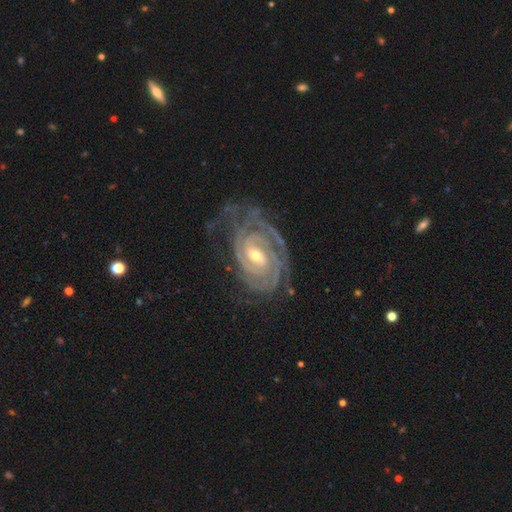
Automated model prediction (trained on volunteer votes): Smooth or featured?
  - featured or disk: 92% *
  - star or artifact: 5%
  - smooth: 4%
Edge-on disk?
  - no: 96% *
  - yes: 4%
Bar?
  - weak: 44% *
  - no: 33%
  - strong: 22%
Spiral arms?
  - yes: 98% *
  - no: 2%
Spiral winding?
  - tight: 81% *
  - medium: 17%
  - loose: 3%
Spiral arm count?
  - 2: 26% *
  - can't tell: 22%
  - 3: 21%
  - 4: 17%
  - more than 4: 8%
  - 1: 6%
Bulge size?
  - small: 52% *
  - moderate: 44%
  - large: 2%
  - none: 1%
  - dominant: 1%
Merging?
  - none: 64% *
  - minor disturbance: 22%
  - major disturbance: 13%
  - merger: 2%